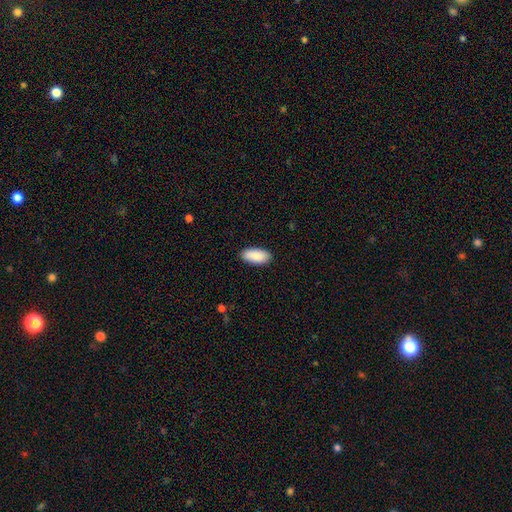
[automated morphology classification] Smooth or featured?
  - smooth: 90% *
  - star or artifact: 6%
  - featured or disk: 5%
How rounded?
  - in between: 91% *
  - cigar-shaped: 7%
  - round: 2%
Merging?
  - none: 89% *
  - minor disturbance: 8%
  - major disturbance: 2%
  - merger: 1%